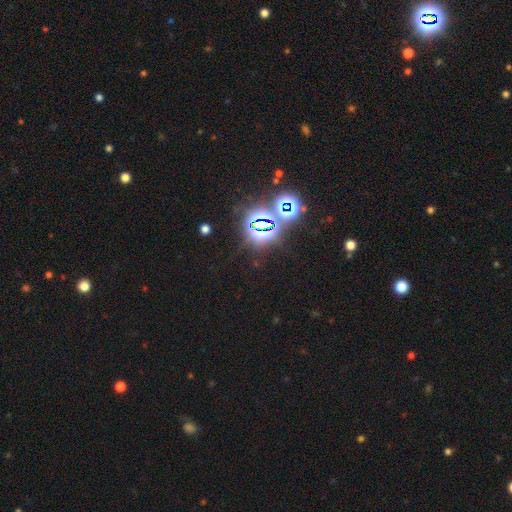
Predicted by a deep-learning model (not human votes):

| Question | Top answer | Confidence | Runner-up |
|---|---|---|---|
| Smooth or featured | star or artifact | 82% | smooth (11%) |